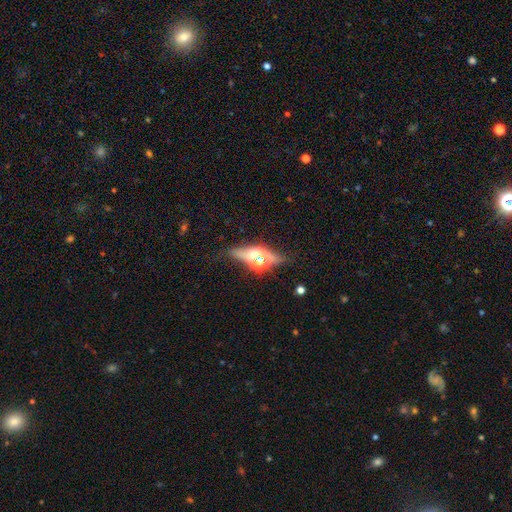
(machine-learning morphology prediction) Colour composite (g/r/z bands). It shows a featured or disk galaxy (44%). Merging: none (76%).